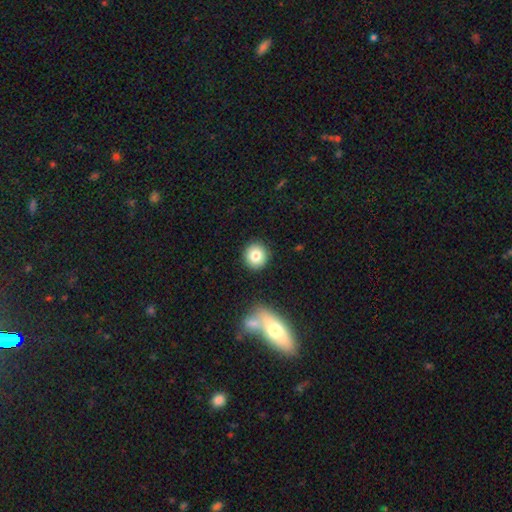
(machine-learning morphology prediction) Smooth or featured? Predicted: smooth (p=0.82). How rounded? Predicted: round (p=0.91). Merging? Predicted: none (p=0.90).